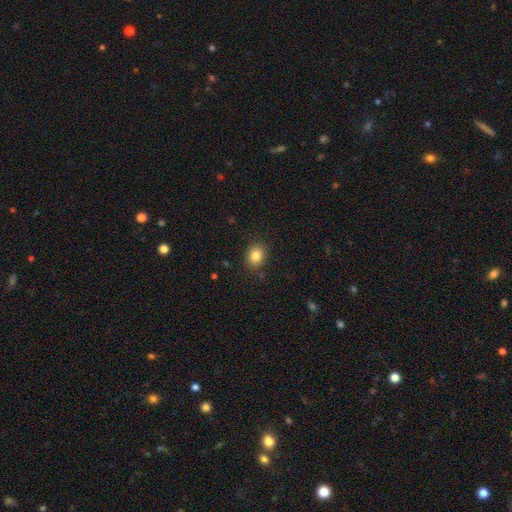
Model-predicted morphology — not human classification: smooth_or_featured: smooth (p=0.84) [alt: star or artifact p=0.10]
how_rounded: round (p=0.52) [alt: in between p=0.48]
merging: none (p=0.87) [alt: minor disturbance p=0.10]